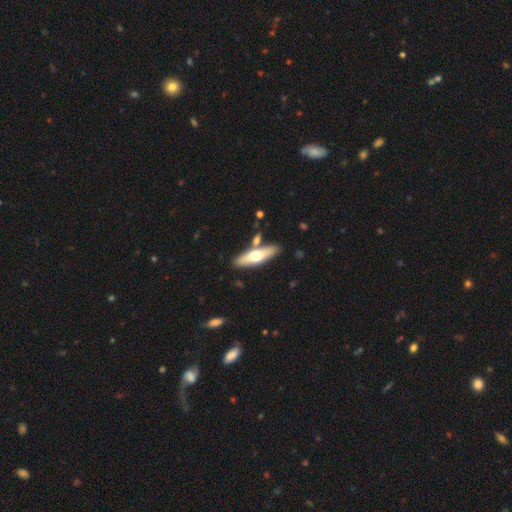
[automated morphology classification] Smooth or featured: smooth — 50% (featured or disk — 44%)
How rounded: cigar-shaped — 63% (in between — 35%)
Merging: none — 78% (merger — 10%)